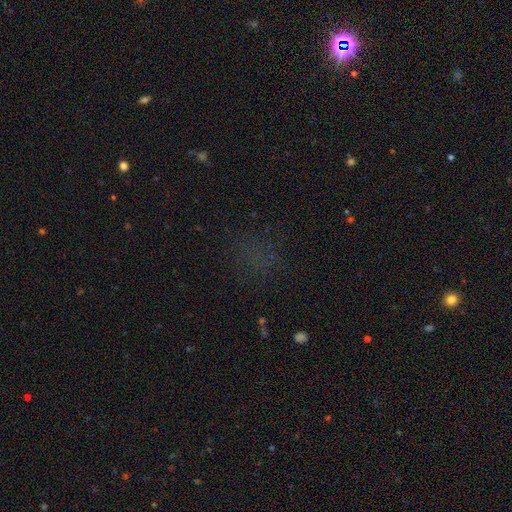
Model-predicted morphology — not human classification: Smooth or featured? Predicted: star or artifact (p=0.51).